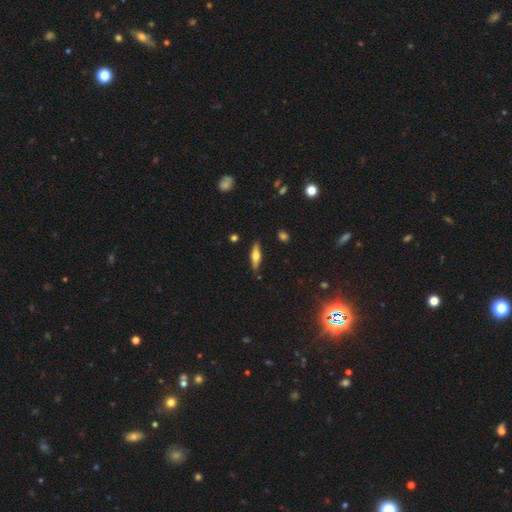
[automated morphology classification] type=smooth (53%); roundness=cigar-shaped (60%); merging=none (86%).